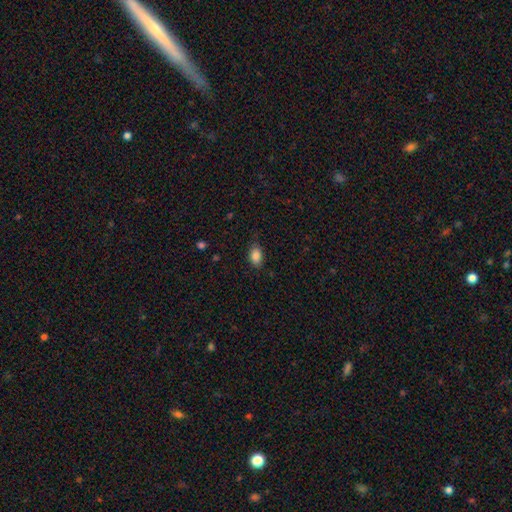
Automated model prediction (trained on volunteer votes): Smooth or featured: smooth — 87% (star or artifact — 8%)
How rounded: in between — 88% (round — 11%)
Merging: none — 80% (minor disturbance — 15%)